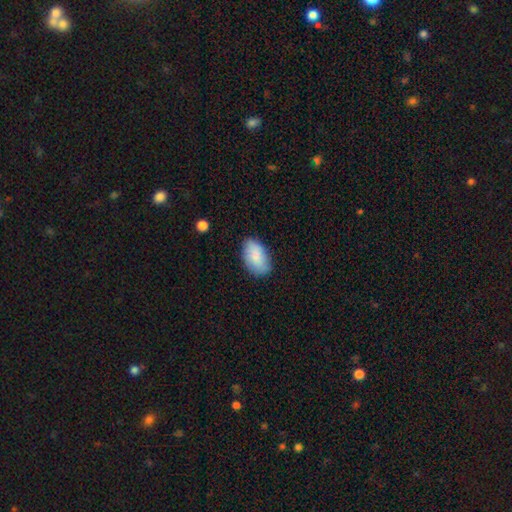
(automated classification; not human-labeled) A smooth galaxy with no disk features (83%) that is in between round and cigar-shaped (93%).

Vote fractions:
- Smooth or featured? smooth: 83% / featured or disk: 10% / star or artifact: 6%
- How rounded? in between: 93% / round: 6% / cigar-shaped: 1%
- Merging? none: 77% / minor disturbance: 18% / major disturbance: 4% / merger: 1%